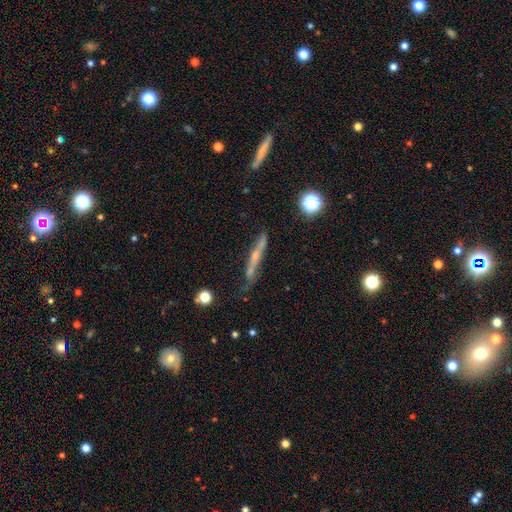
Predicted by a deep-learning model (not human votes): This appears to be a featured or disk galaxy (64%) viewed edge-on (90%) with a rounded central bulge (61%). Merging: none (69%).